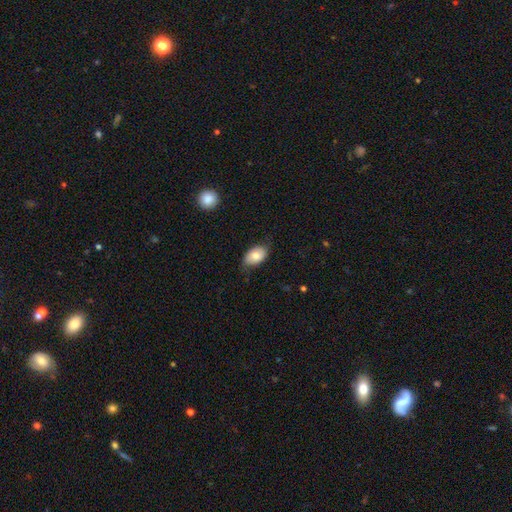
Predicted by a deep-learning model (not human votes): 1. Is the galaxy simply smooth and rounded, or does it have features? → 76% smooth, 17% featured or disk, 7% star or artifact.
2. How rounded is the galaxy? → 90% in between, 9% round, 1% cigar-shaped.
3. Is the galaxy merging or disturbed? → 73% none, 21% minor disturbance, 4% major disturbance, 1% merger.